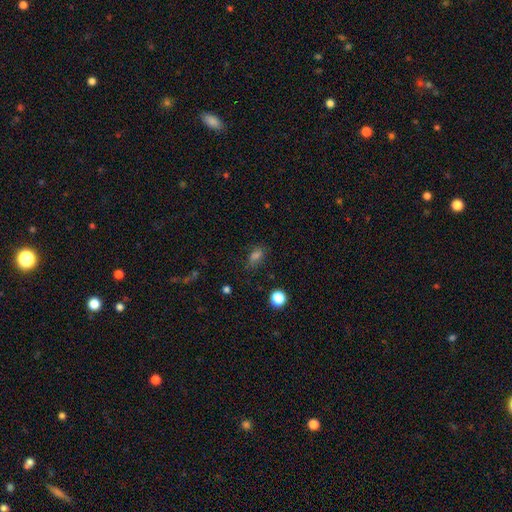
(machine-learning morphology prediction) A smooth galaxy with no disk features (66%) that is in between round and cigar-shaped (75%). Merging: none (71%).